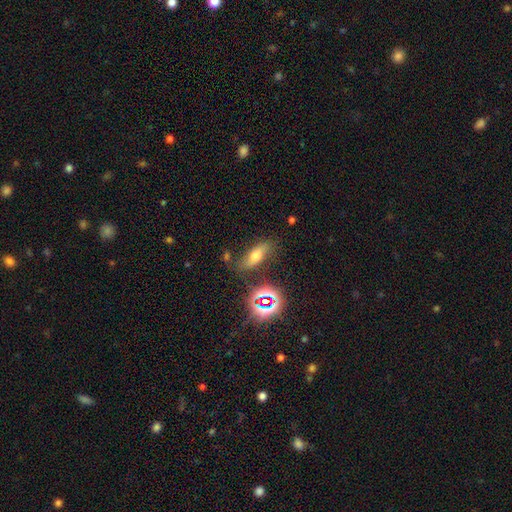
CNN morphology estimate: Smooth or featured? Predicted: smooth (p=0.47). Merging? Predicted: none (p=0.69).